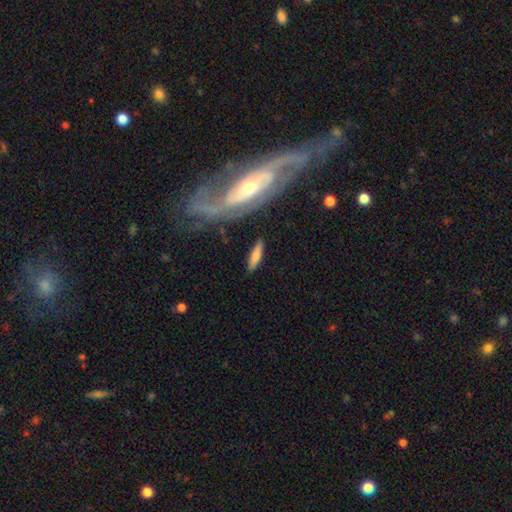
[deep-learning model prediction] Smooth or featured? smooth (67%)
How rounded? cigar-shaped (75%)
Merging? none (82%)